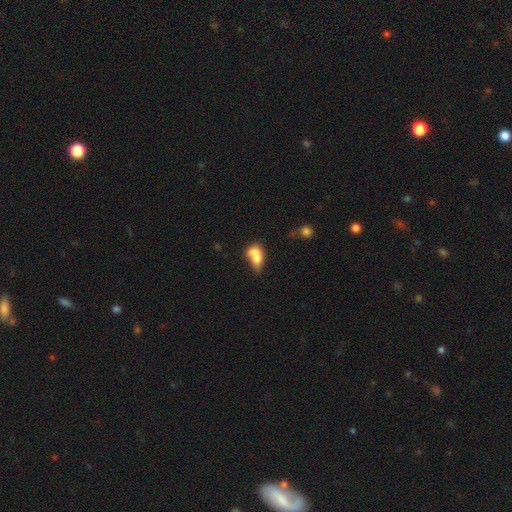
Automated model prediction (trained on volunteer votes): A smooth galaxy with no disk features (68%) that is in between round and cigar-shaped (74%).

Vote fractions:
- Smooth or featured? smooth: 68% / featured or disk: 23% / star or artifact: 9%
- How rounded? in between: 74% / round: 19% / cigar-shaped: 7%
- Merging? merger: 61% / none: 19% / minor disturbance: 12% / major disturbance: 8%